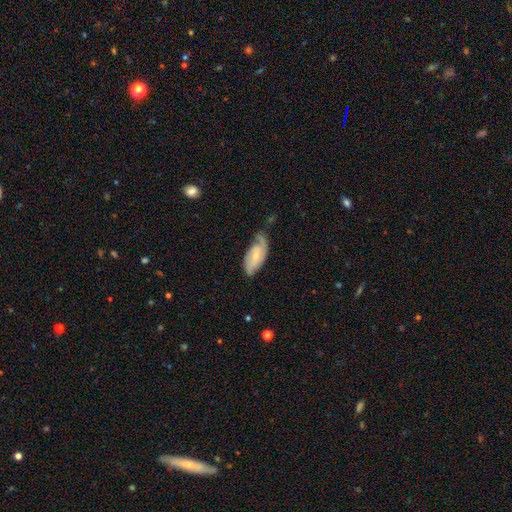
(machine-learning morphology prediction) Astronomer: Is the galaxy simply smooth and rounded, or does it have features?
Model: featured or disk — 64%.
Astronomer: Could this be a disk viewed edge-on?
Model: no — 94%.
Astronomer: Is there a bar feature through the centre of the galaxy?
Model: no — 52% (runner-up: weak, 38%).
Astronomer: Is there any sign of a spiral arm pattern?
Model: yes — 89%.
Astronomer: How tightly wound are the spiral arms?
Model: medium — 39%, tied with tight at 39%.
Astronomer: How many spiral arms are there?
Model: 2 — 53% (runner-up: 1, 28%).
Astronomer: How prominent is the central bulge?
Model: small — 63%.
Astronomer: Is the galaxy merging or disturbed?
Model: none — 43% (runner-up: minor disturbance, 35%).